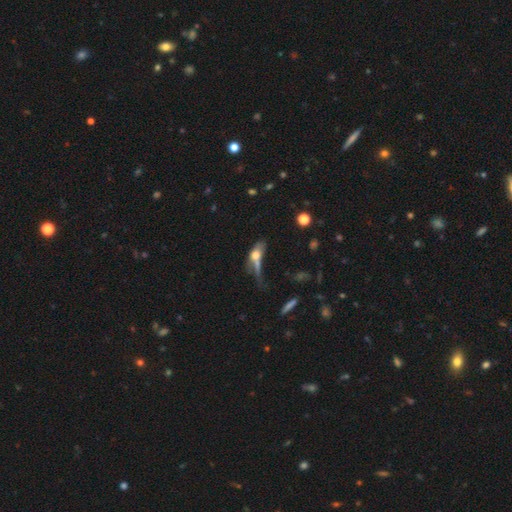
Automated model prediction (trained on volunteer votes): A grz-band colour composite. It shows a smooth galaxy with no disk features (54%) that is in between round and cigar-shaped (61%). Merging: major disturbance (33%).